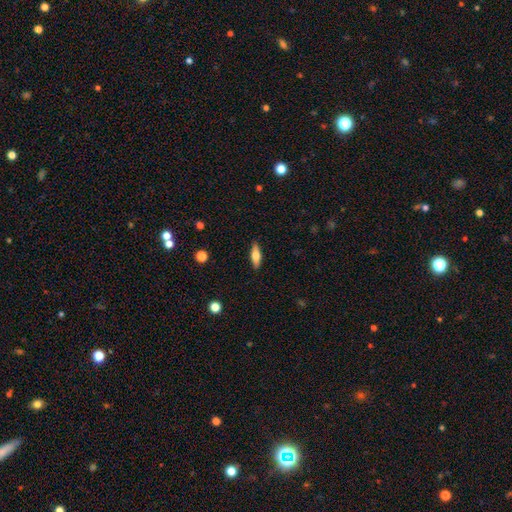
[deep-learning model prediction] Smooth or featured? smooth (62%)
How rounded? in between (55%)
Merging? none (90%)